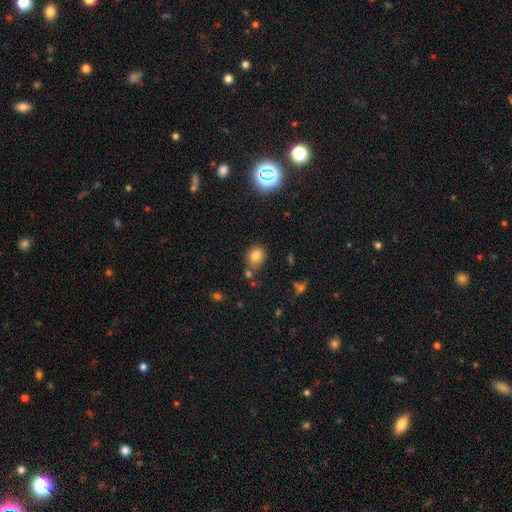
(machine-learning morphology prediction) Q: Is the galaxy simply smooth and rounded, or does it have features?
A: smooth — 78%.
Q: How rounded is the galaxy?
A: round — 53%.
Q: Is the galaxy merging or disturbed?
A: none — 69%.